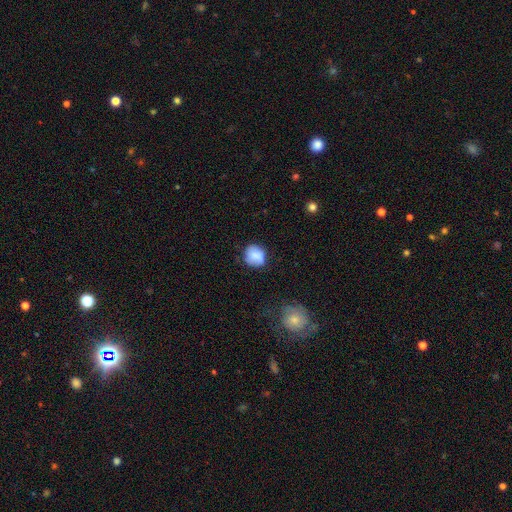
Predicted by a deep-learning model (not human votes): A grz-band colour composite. It shows a smooth galaxy with no disk features (81%) that is round (77%). Merging: none (68%).